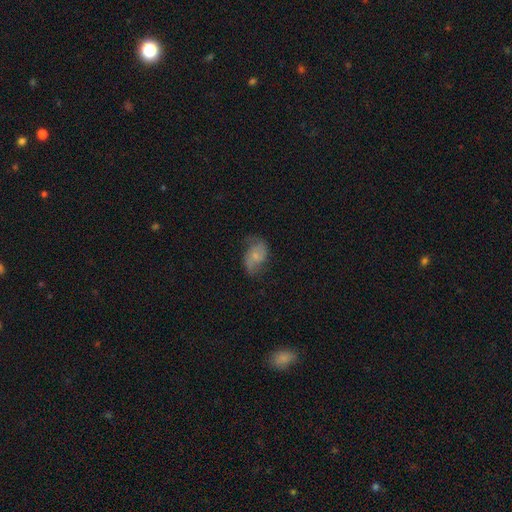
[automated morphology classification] This is possibly a featured or disk galaxy (54%). It is clearly not viewed edge-on (97%). Bar: likely no (64%). Spiral arm pattern: clearly yes (86%). Central bulge: possibly small (59%). Merging: possibly none (58%).